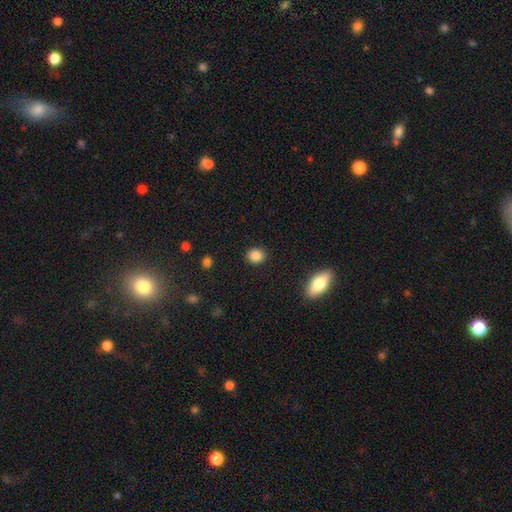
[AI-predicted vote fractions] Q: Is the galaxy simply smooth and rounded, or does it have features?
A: smooth — 86%.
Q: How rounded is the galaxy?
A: round — 73%.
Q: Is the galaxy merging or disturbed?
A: none — 89%.